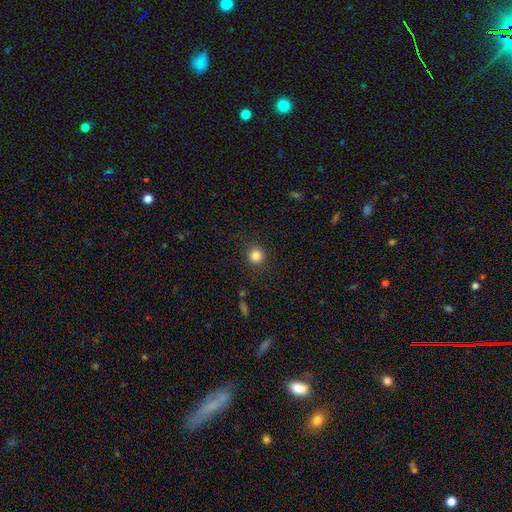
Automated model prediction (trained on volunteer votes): A smooth galaxy with no disk features (84%) that is round (94%). Merging: none (90%).